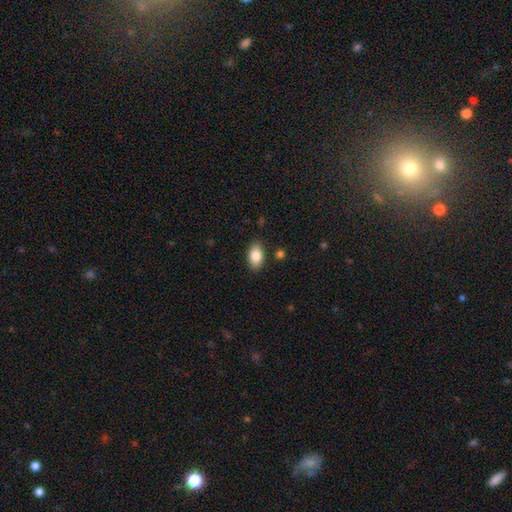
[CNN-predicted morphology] Smooth or featured? Predicted: smooth (p=0.86). How rounded? Predicted: in between (p=0.92). Merging? Predicted: none (p=0.86).